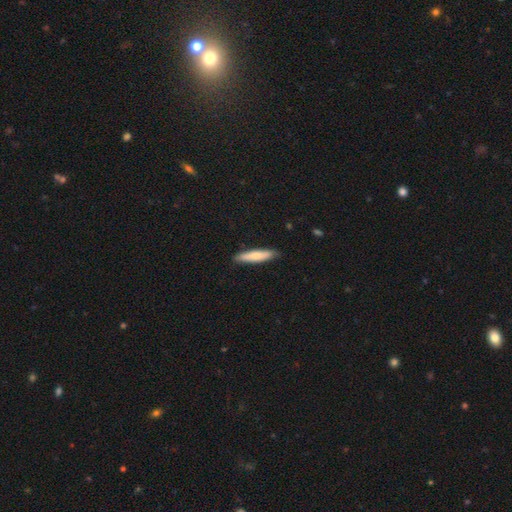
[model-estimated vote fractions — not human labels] Smooth or featured?
  - smooth: 72% *
  - featured or disk: 23%
  - star or artifact: 5%
How rounded?
  - cigar-shaped: 83% *
  - in between: 16%
  - round: 1%
Merging?
  - none: 88% *
  - minor disturbance: 10%
  - major disturbance: 2%
  - merger: 1%